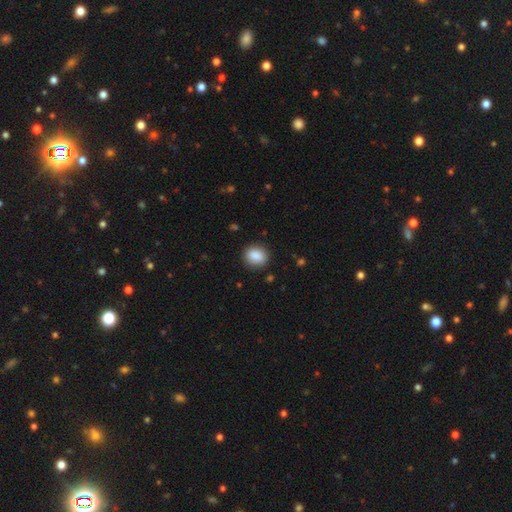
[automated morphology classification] Overall: smooth (88%). How rounded: round (64%; in between 35%). Merging: none (88%).